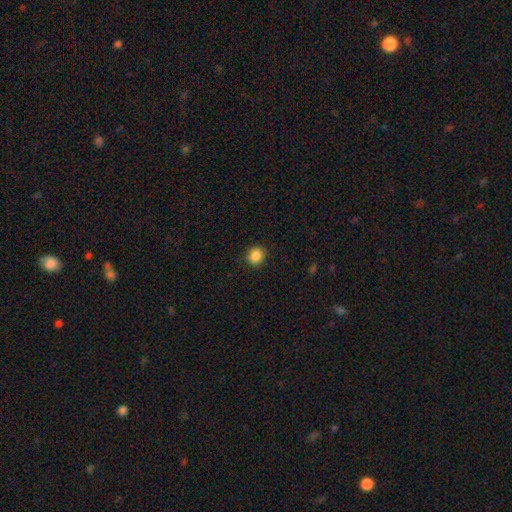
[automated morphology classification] A smooth galaxy with no disk features (86%) that is round (84%).

Vote fractions:
- Smooth or featured? smooth: 86% / star or artifact: 10% / featured or disk: 4%
- How rounded? round: 84% / in between: 15% / cigar-shaped: 1%
- Merging? none: 90% / minor disturbance: 7% / major disturbance: 2% / merger: 1%